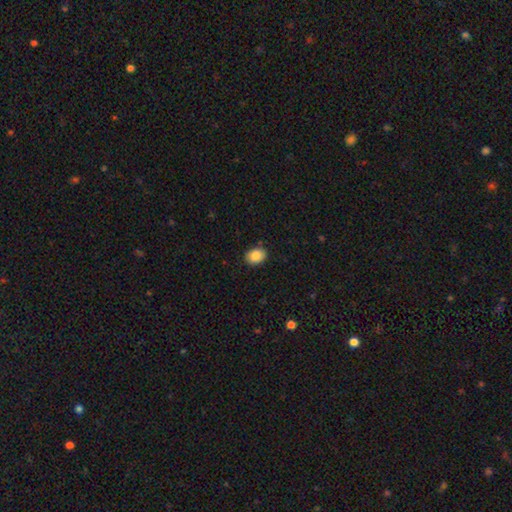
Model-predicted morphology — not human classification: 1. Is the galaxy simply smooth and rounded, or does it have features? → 88% smooth, 8% star or artifact, 5% featured or disk.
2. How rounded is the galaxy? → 71% in between, 28% round, 1% cigar-shaped.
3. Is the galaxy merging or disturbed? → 86% none, 10% minor disturbance, 2% major disturbance, 1% merger.